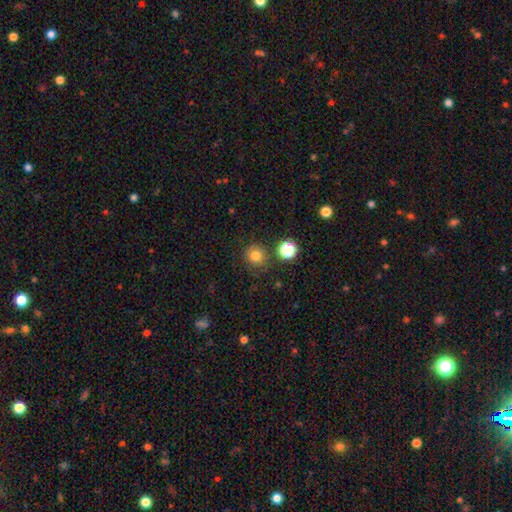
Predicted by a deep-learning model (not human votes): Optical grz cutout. It shows a smooth galaxy with no disk features (76%) that is round (91%). Merging: none (80%).